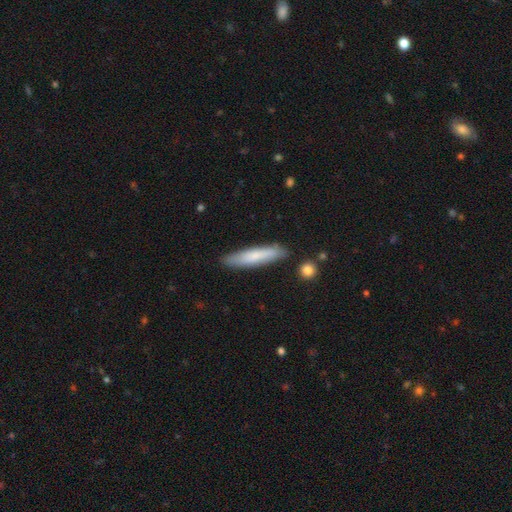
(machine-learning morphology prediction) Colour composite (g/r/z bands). It shows a smooth galaxy with no disk features (73%) that is cigar-shaped (87%). Merging: none (86%).